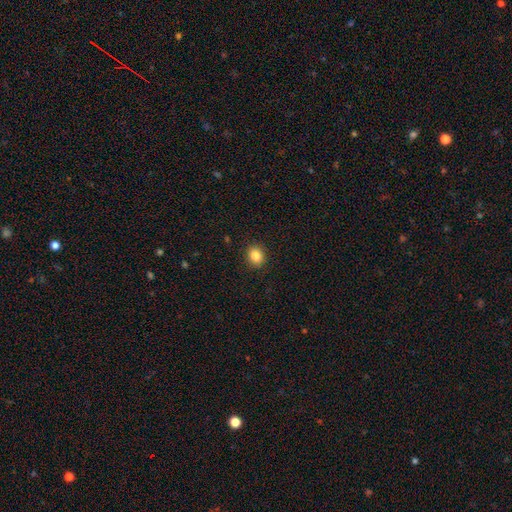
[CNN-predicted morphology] A smooth galaxy with no disk features (84%) that is round (63%). Merging: none (90%).